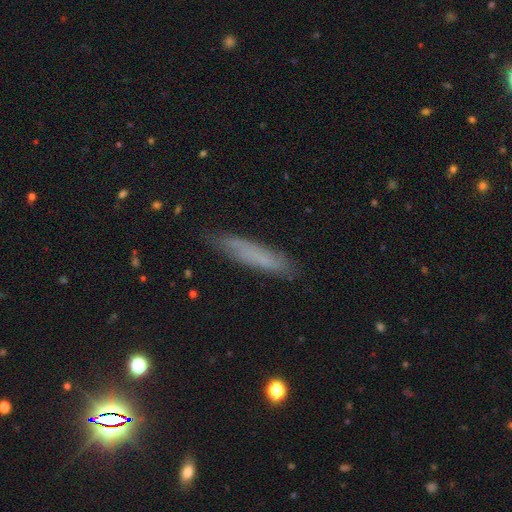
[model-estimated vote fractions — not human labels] Smooth or featured?
  - smooth: 63% *
  - featured or disk: 30%
  - star or artifact: 7%
How rounded?
  - cigar-shaped: 85% *
  - in between: 14%
  - round: 2%
Merging?
  - none: 77% *
  - minor disturbance: 17%
  - major disturbance: 4%
  - merger: 2%